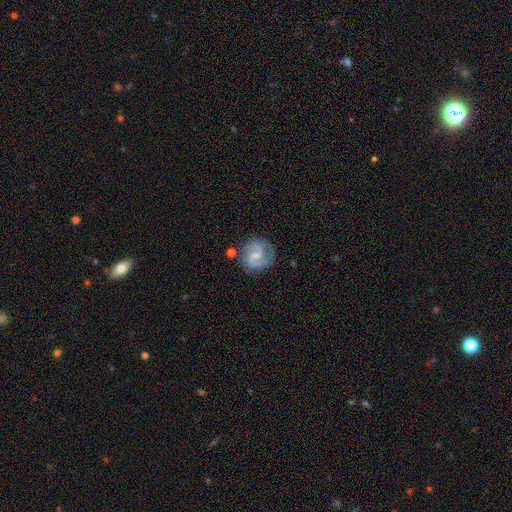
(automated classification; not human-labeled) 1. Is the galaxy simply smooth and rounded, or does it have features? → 76% featured or disk, 17% smooth, 6% star or artifact.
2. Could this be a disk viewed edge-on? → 98% no, 2% yes.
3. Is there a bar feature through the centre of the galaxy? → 54% weak, 32% no, 13% strong.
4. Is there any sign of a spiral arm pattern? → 94% yes, 6% no.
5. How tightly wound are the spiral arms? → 53% medium, 25% tight, 22% loose.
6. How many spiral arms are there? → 81% 2, 8% can't tell, 5% 3, 3% 1, 1% 4, 1% more than 4.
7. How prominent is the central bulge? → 54% small, 23% moderate, 20% none, 2% large, 1% dominant.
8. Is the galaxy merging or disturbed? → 70% none, 18% minor disturbance, 8% major disturbance, 5% merger.